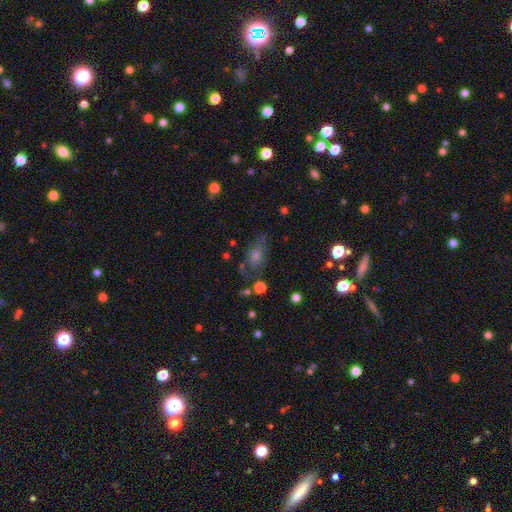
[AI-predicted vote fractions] The model was most divided on "smooth or featured": smooth: 44%, featured or disk: 32%, star or artifact: 24%. More confident: merging — none (64%).